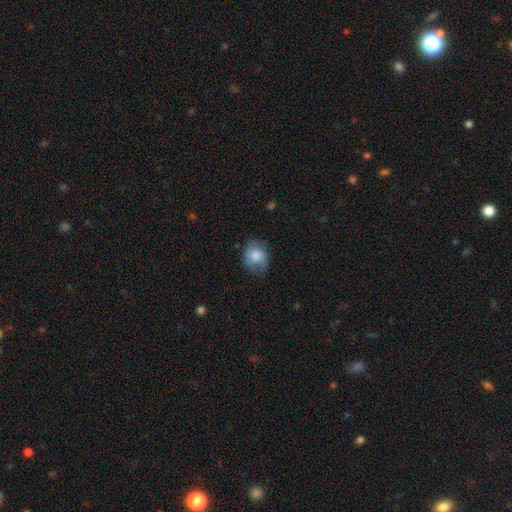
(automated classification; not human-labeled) The model was most divided on "how rounded": round: 57%, in between: 42%, cigar-shaped: 1%. More confident: smooth or featured — smooth (76%); merging — none (56%).